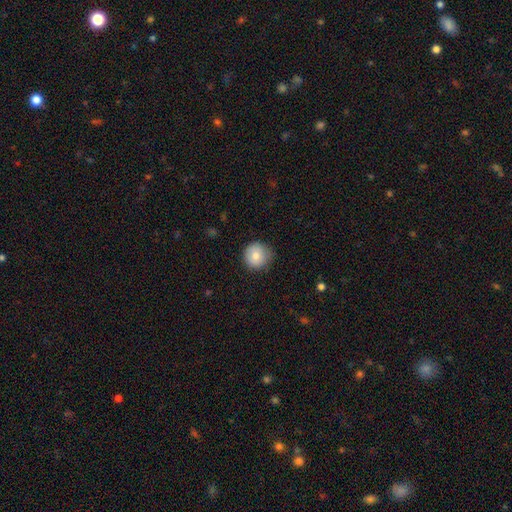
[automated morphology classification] Smooth or featured? Predicted: smooth (p=0.80). How rounded? Predicted: round (p=0.93). Merging? Predicted: none (p=0.79).